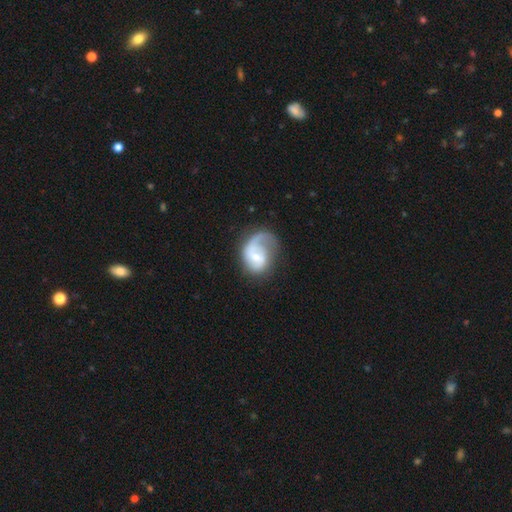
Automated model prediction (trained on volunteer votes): This is likely a featured or disk galaxy (70%). It is clearly not viewed edge-on (98%). Bar: possibly no (47%). Spiral arm pattern: clearly yes (88%). Spiral arm count: likely 1 (65%). Spiral winding: possibly loose (46%). Central bulge: possibly small (46%). Merging: marginally major disturbance (38%).